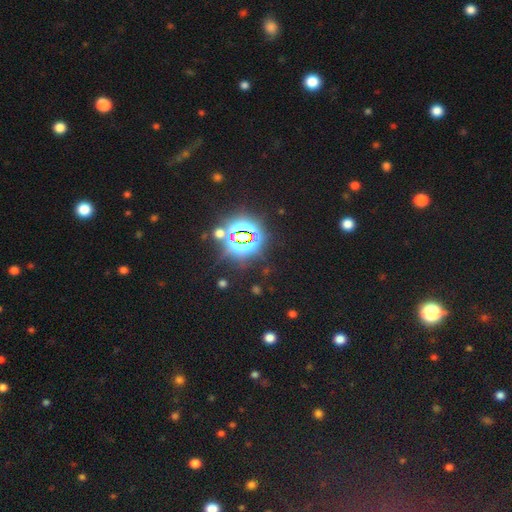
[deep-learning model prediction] smooth_or_featured: star or artifact (p=0.82) [alt: smooth p=0.12]